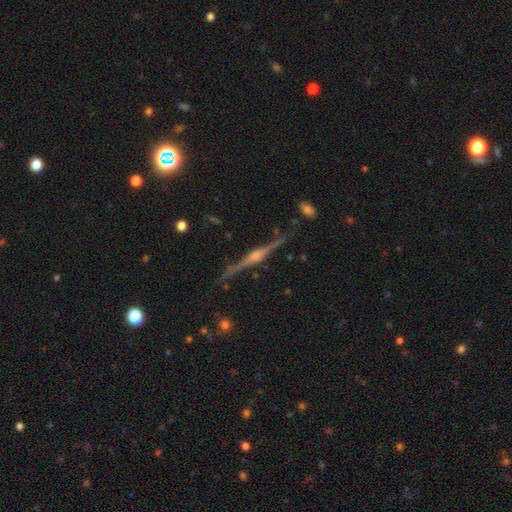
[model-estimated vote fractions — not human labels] Smooth or featured?
  - featured or disk: 86% *
  - smooth: 7%
  - star or artifact: 7%
Edge-on disk?
  - yes: 96% *
  - no: 4%
Edge-on bulge?
  - rounded: 88% *
  - boxy: 6%
  - none: 6%
Merging?
  - none: 83% *
  - minor disturbance: 12%
  - major disturbance: 3%
  - merger: 2%